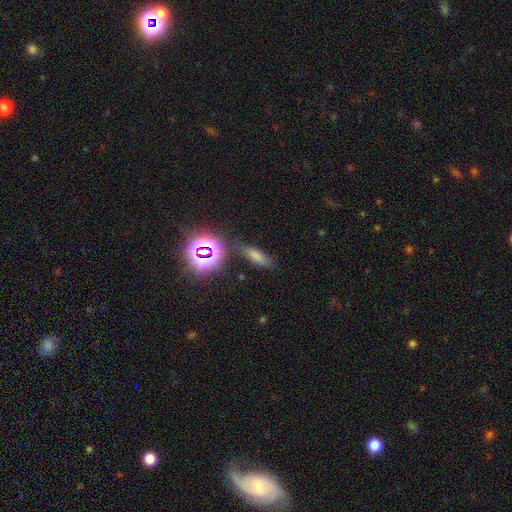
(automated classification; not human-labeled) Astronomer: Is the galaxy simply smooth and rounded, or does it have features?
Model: smooth — 52% (runner-up: star or artifact, 33%).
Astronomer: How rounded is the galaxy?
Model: cigar-shaped — 47% (runner-up: in between, 44%).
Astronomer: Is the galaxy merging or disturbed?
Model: none — 78%.